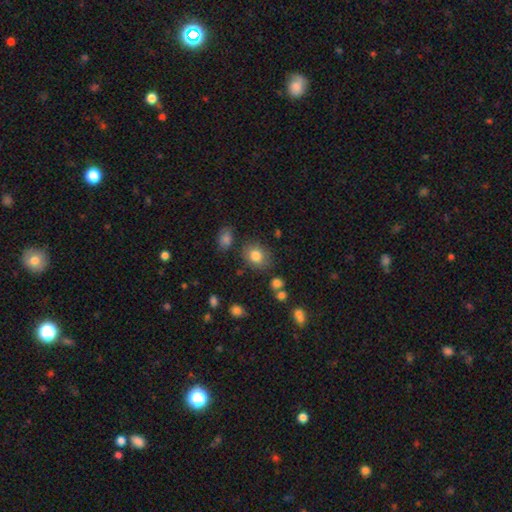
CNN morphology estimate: Smooth or featured?
  - smooth: 81% *
  - star or artifact: 10%
  - featured or disk: 8%
How rounded?
  - round: 59% *
  - in between: 40%
  - cigar-shaped: 1%
Merging?
  - none: 77% *
  - minor disturbance: 14%
  - merger: 5%
  - major disturbance: 4%